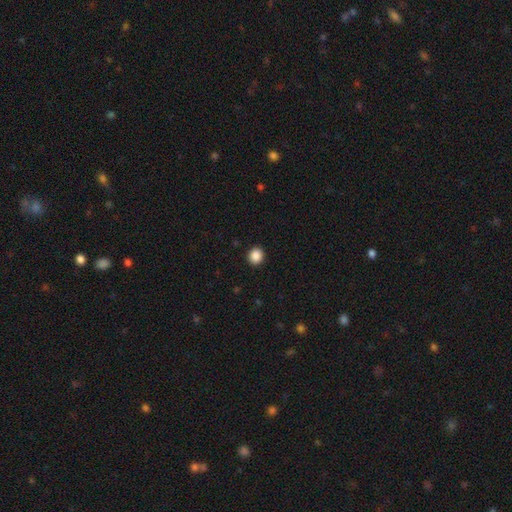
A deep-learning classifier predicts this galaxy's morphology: The model was most divided on "how rounded": round: 88%, in between: 11%, cigar-shaped: 1%. More confident: merging — none (93%); smooth or featured — smooth (88%).